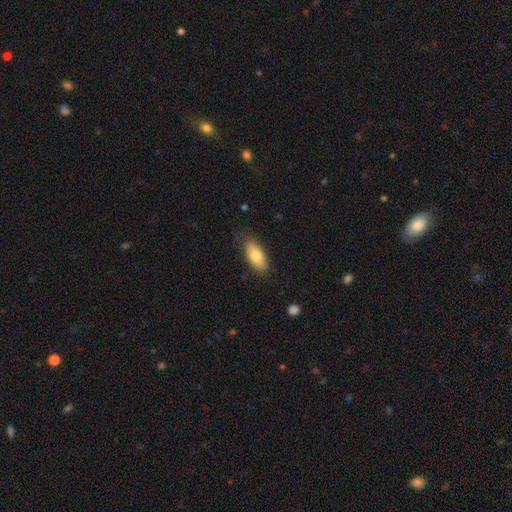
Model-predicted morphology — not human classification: smooth-or-featured: smooth: 78% | featured or disk: 15% | star or artifact: 7%
  how-rounded: in between: 89% | cigar-shaped: 8% | round: 3%
  merging: none: 82% | minor disturbance: 14% | major disturbance: 3% | merger: 1%